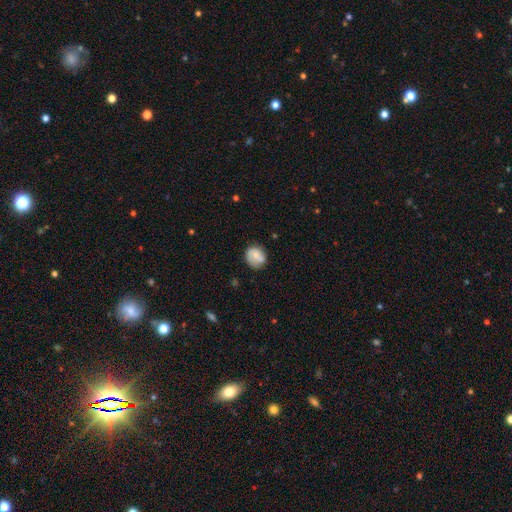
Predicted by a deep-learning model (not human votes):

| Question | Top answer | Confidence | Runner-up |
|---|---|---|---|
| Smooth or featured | smooth | 55% | featured or disk (37%) |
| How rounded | round | 67% | in between (32%) |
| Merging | none | 59% | minor disturbance (25%) |